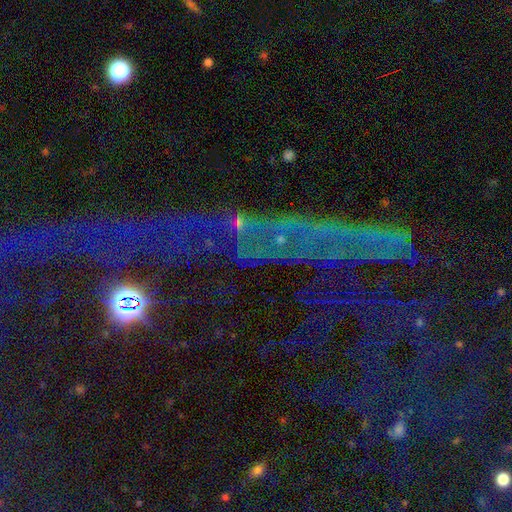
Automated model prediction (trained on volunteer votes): A star or artifact, not a galaxy (77%).